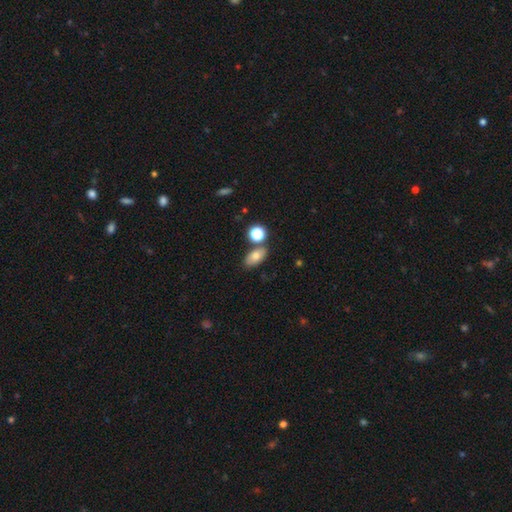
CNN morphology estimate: Smooth or featured?
  - smooth: 74% *
  - featured or disk: 15%
  - star or artifact: 11%
How rounded?
  - in between: 85% *
  - round: 11%
  - cigar-shaped: 5%
Merging?
  - none: 72% *
  - merger: 13%
  - minor disturbance: 11%
  - major disturbance: 3%